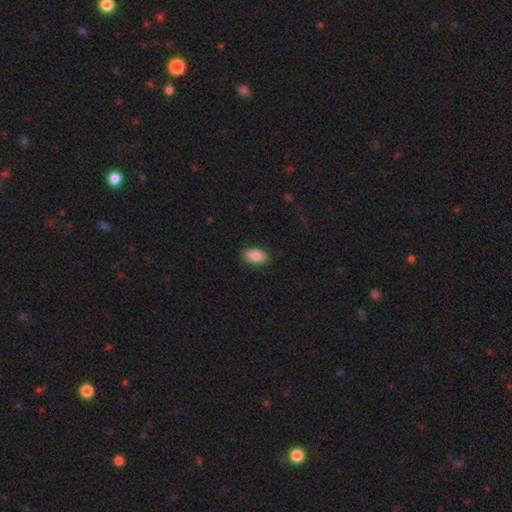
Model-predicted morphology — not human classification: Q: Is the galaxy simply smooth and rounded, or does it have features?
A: smooth — 85%.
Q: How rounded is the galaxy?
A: in between — 92%.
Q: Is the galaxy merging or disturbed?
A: none — 85%.